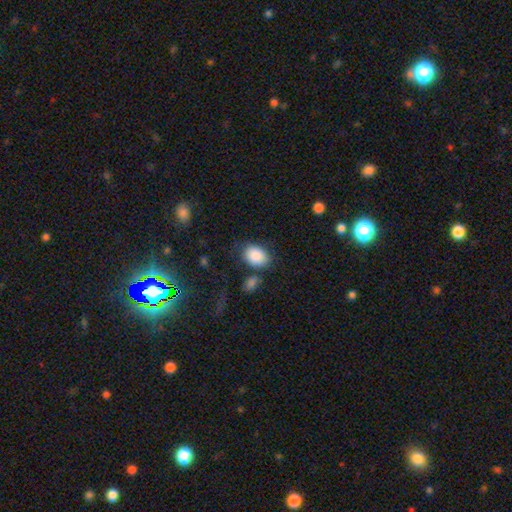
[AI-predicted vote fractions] Smooth or featured?
  - smooth: 87% *
  - star or artifact: 7%
  - featured or disk: 5%
How rounded?
  - in between: 73% *
  - round: 26%
  - cigar-shaped: 1%
Merging?
  - none: 69% *
  - minor disturbance: 16%
  - merger: 10%
  - major disturbance: 6%